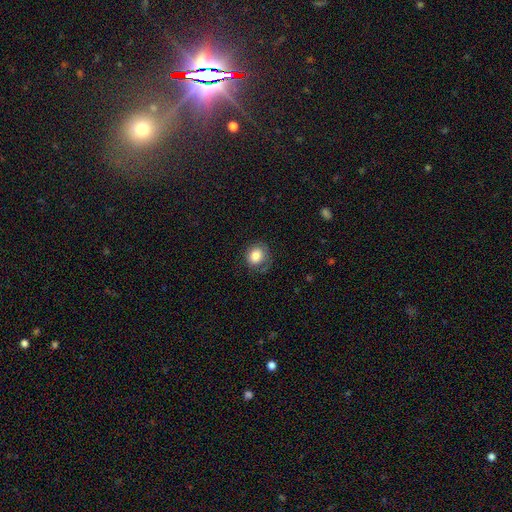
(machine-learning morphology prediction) Overall: smooth (82%). How rounded: round (71%). Merging: none (65%).